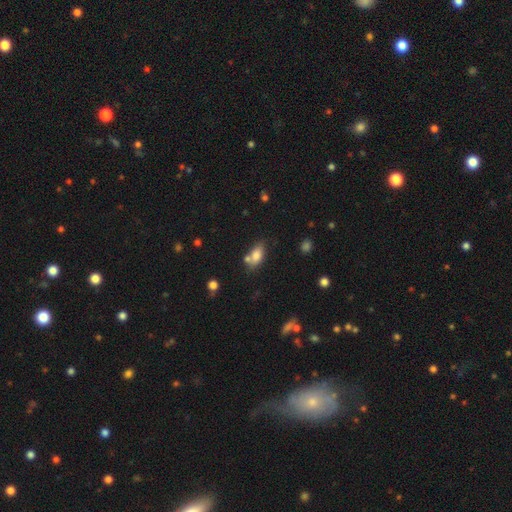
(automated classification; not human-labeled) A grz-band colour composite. It shows a smooth galaxy with no disk features (79%) that is in between round and cigar-shaped (86%). Merging: none (52%).